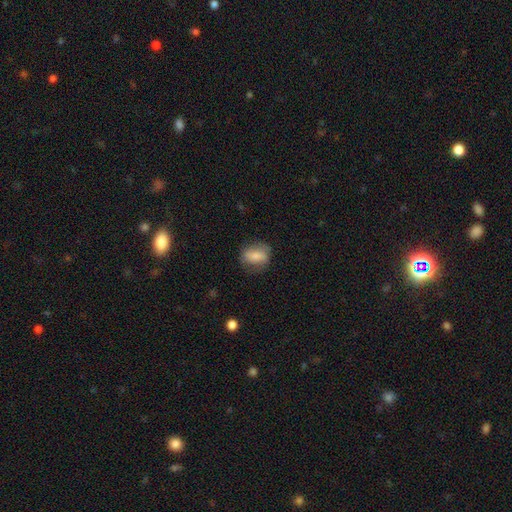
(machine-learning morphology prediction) Smooth or featured? smooth (63%)
How rounded? in between (58%)
Merging? none (72%)